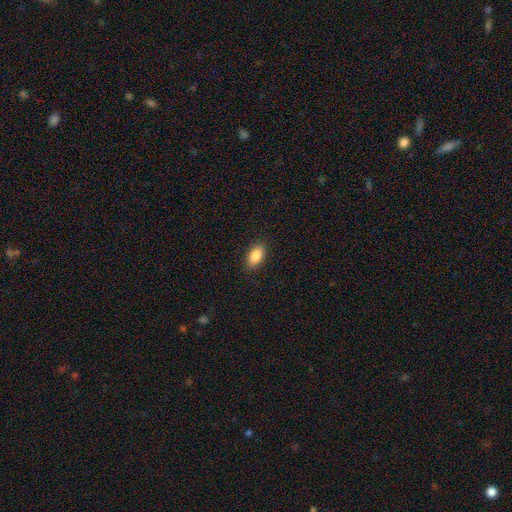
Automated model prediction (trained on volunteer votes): This appears to be a smooth galaxy with no disk features (88%) that is in between round and cigar-shaped (92%). Merging: none (89%).